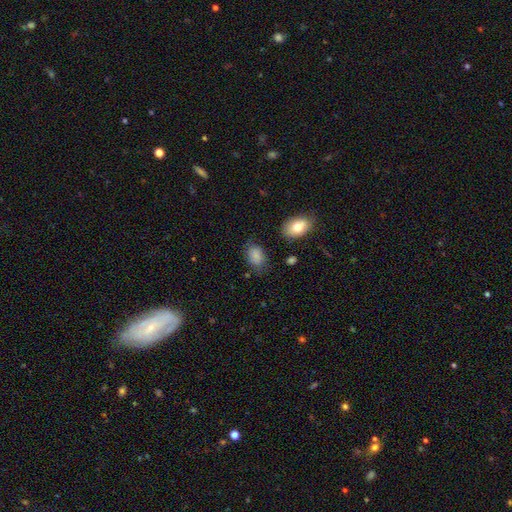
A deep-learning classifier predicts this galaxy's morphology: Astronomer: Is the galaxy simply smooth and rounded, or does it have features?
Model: smooth — 83%.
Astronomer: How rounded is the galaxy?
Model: in between — 86%.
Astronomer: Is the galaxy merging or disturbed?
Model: none — 70%.